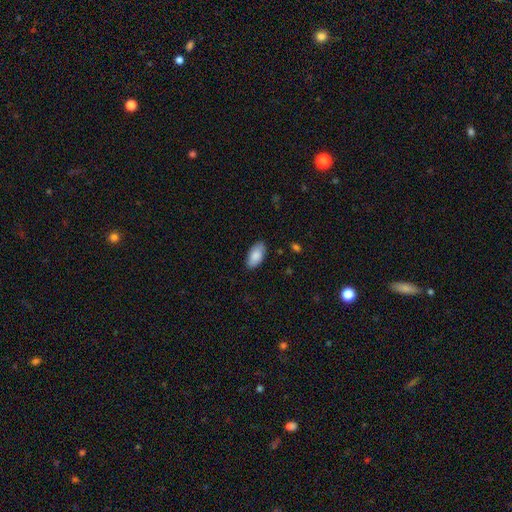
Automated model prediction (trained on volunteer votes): The model was most divided on "merging": none: 85%, minor disturbance: 12%, major disturbance: 2%, merger: 1%. More confident: how rounded — in between (94%); smooth or featured — smooth (85%).